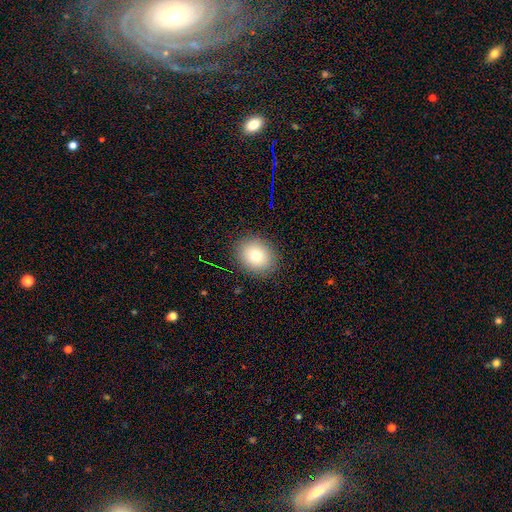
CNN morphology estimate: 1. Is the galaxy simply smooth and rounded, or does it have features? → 78% smooth, 11% star or artifact, 11% featured or disk.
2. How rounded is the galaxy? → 59% round, 40% in between, 1% cigar-shaped.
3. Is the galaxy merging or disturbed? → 89% none, 8% minor disturbance, 3% major disturbance, 1% merger.